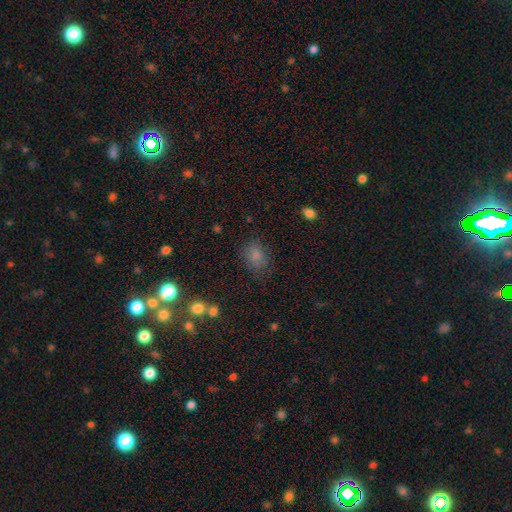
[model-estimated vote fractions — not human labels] Smooth or featured: smooth — 78% (star or artifact — 14%)
How rounded: in between — 65% (round — 34%)
Merging: none — 73% (minor disturbance — 18%)